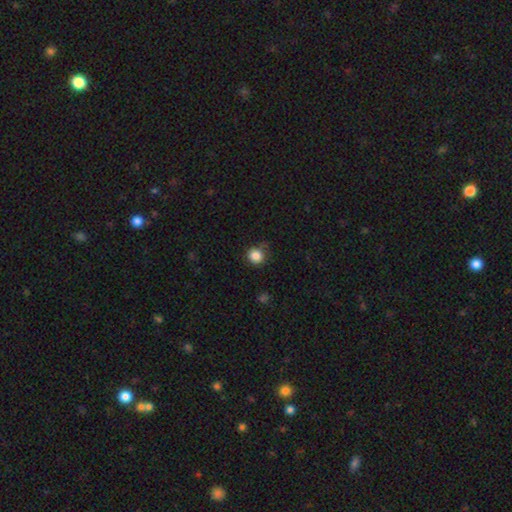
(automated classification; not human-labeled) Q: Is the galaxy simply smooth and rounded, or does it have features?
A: smooth — 85%.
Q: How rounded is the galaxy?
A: round — 91%.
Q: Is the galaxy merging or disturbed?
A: none — 77%.